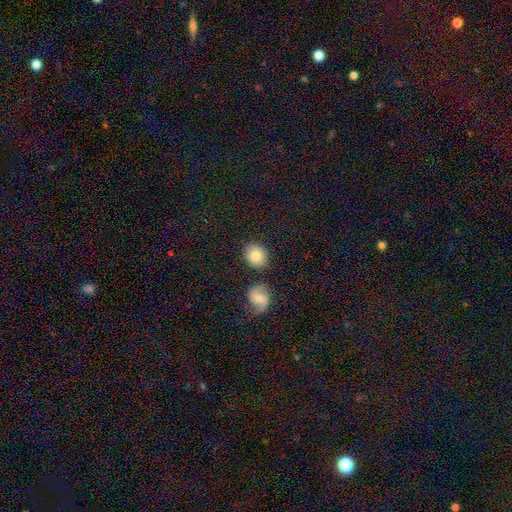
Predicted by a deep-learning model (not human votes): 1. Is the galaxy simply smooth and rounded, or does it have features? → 82% smooth, 10% featured or disk, 8% star or artifact.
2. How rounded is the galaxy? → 66% round, 33% in between, 1% cigar-shaped.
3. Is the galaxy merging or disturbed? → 79% none, 10% minor disturbance, 7% merger, 3% major disturbance.